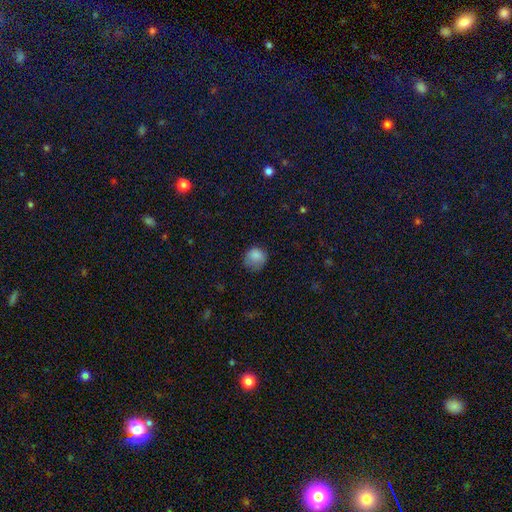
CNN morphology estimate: Smooth or featured?
  - smooth: 83% *
  - star or artifact: 10%
  - featured or disk: 7%
How rounded?
  - round: 82% *
  - in between: 17%
  - cigar-shaped: 1%
Merging?
  - none: 59% *
  - minor disturbance: 29%
  - major disturbance: 11%
  - merger: 1%